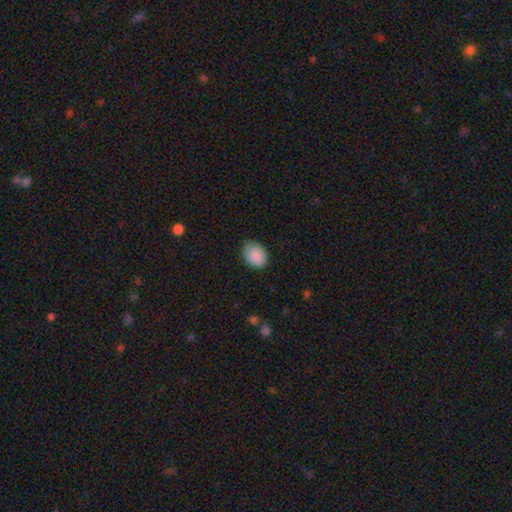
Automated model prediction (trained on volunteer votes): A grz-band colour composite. It shows a smooth galaxy with no disk features (89%) that is in between round and cigar-shaped (67%). Merging: none (74%).